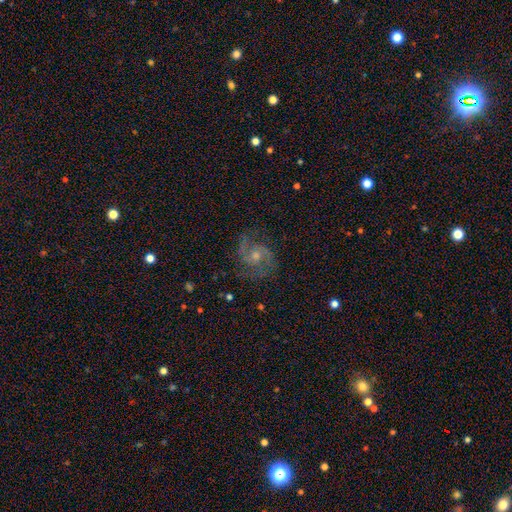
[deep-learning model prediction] A featured or disk galaxy (79%) with no bar (66%), 2 (80%) medium (56%) spiral arms (94%) and a moderate central bulge (52%).

Vote fractions:
- Smooth or featured? featured or disk: 79% / smooth: 12% / star or artifact: 9%
- Edge-on disk? no: 98% / yes: 2%
- Bar? no: 66% / weak: 30% / strong: 4%
- Spiral arms? yes: 94% / no: 6%
- Spiral winding? medium: 56% / tight: 23% / loose: 22%
- Spiral arm count? 2: 80% / can't tell: 8% / 3: 5% / 1: 3% / 4: 2% / more than 4: 2%
- Bulge size? moderate: 52% / small: 39% / none: 4% / large: 4% / dominant: 1%
- Merging? none: 71% / minor disturbance: 17% / major disturbance: 10% / merger: 1%